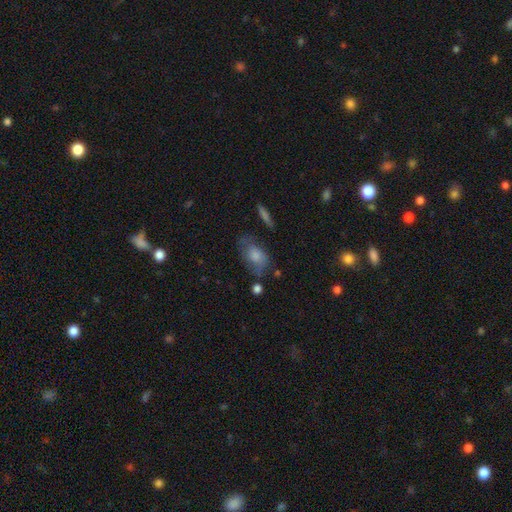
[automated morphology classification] Smooth or featured: smooth — 66% (featured or disk — 27%)
How rounded: in between — 86% (round — 11%)
Merging: none — 49% (minor disturbance — 29%)